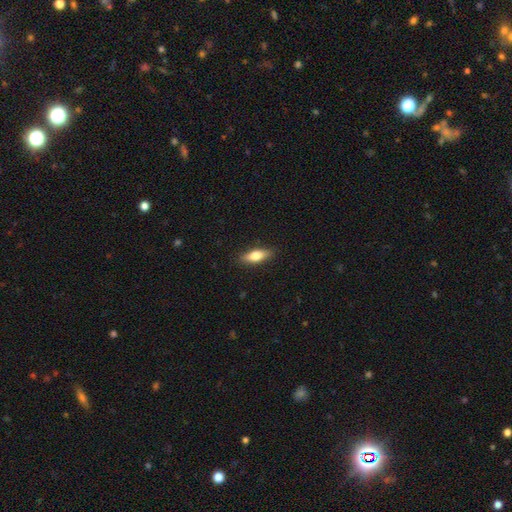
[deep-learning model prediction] A smooth galaxy with no disk features (69%) that is in between round and cigar-shaped (59%).

Vote fractions:
- Smooth or featured? smooth: 69% / featured or disk: 25% / star or artifact: 6%
- How rounded? in between: 59% / cigar-shaped: 38% / round: 3%
- Merging? none: 87% / minor disturbance: 10% / major disturbance: 2% / merger: 1%